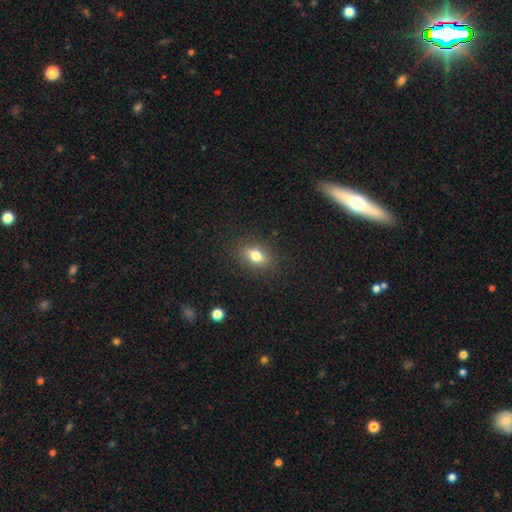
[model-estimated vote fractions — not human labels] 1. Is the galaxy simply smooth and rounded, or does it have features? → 75% smooth, 14% featured or disk, 11% star or artifact.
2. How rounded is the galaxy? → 75% in between, 19% round, 6% cigar-shaped.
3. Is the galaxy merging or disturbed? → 87% none, 9% minor disturbance, 3% major disturbance, 1% merger.